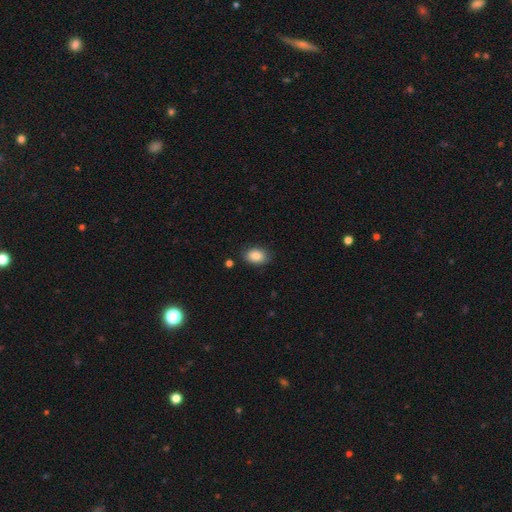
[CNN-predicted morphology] A smooth galaxy with no disk features (86%) that is in between round and cigar-shaped (81%).

Vote fractions:
- Smooth or featured? smooth: 86% / star or artifact: 8% / featured or disk: 7%
- How rounded? in between: 81% / round: 18% / cigar-shaped: 1%
- Merging? none: 83% / minor disturbance: 12% / major disturbance: 3% / merger: 2%